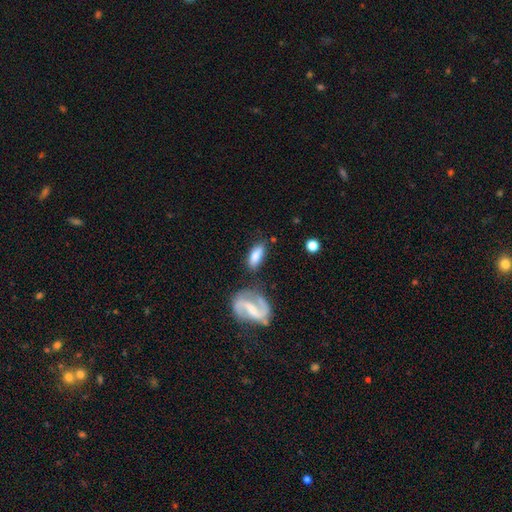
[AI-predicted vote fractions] smooth_or_featured: smooth (p=0.66) [alt: featured or disk p=0.28]
how_rounded: in between (p=0.75) [alt: cigar-shaped p=0.21]
merging: none (p=0.68) [alt: minor disturbance p=0.17]